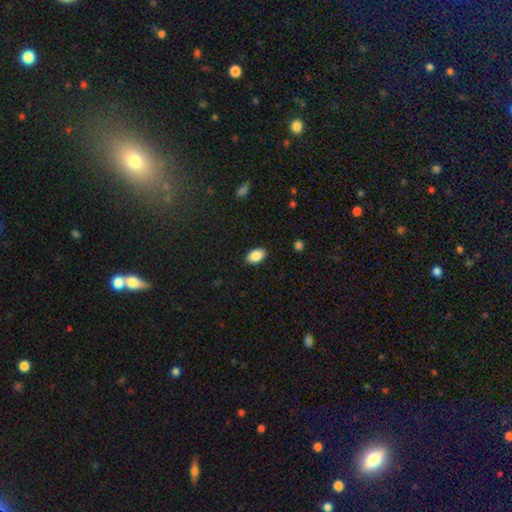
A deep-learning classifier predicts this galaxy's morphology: type=smooth (88%); roundness=in between (92%); merging=none (88%).